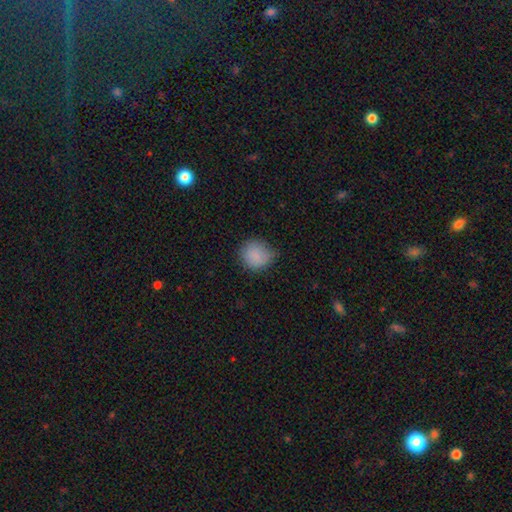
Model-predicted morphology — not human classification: Smooth or featured? Predicted: smooth (p=0.86). How rounded? Predicted: round (p=0.84). Merging? Predicted: none (p=0.67).